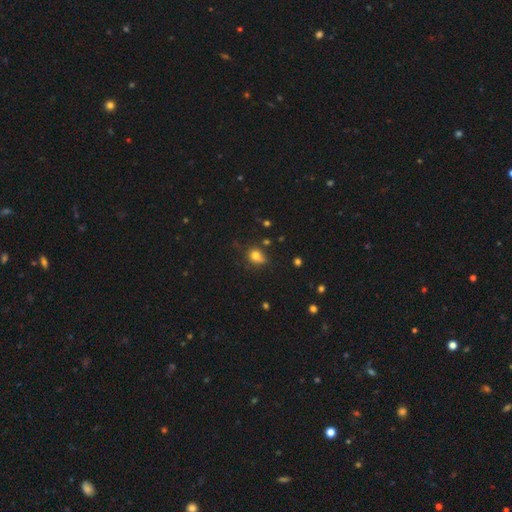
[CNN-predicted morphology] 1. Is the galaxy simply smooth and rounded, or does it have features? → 77% smooth, 14% star or artifact, 9% featured or disk.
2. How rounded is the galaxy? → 58% round, 41% in between, 2% cigar-shaped.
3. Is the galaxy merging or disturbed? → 55% none, 29% minor disturbance, 10% major disturbance, 6% merger.